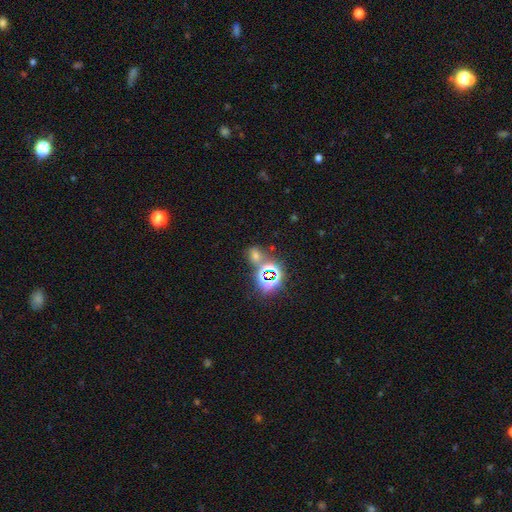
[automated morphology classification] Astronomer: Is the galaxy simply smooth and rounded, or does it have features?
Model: star or artifact — 54% (runner-up: smooth, 36%).